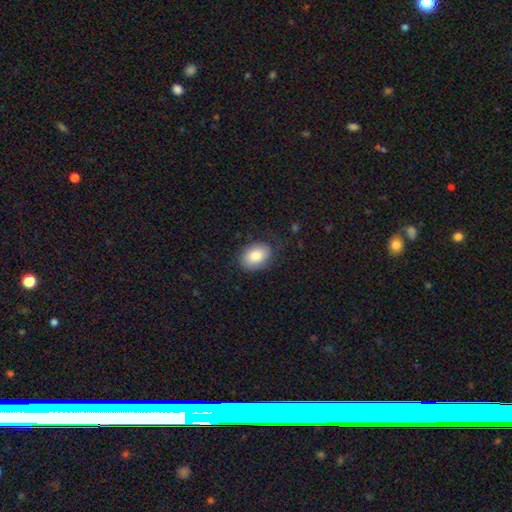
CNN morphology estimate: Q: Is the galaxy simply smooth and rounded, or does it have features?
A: smooth — 83%.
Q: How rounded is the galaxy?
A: in between — 77%.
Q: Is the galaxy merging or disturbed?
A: none — 78%.